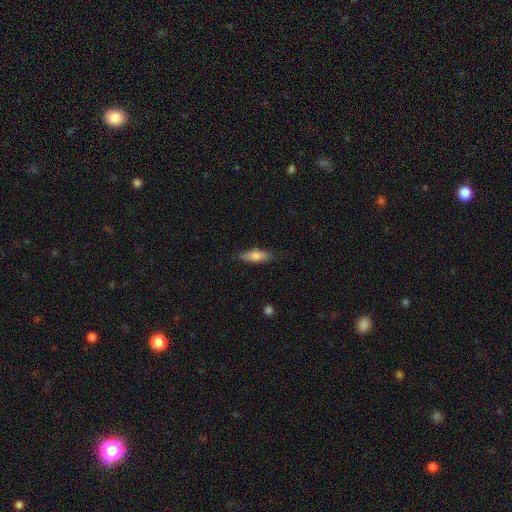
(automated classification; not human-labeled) A smooth galaxy with no disk features (75%) that is in between round and cigar-shaped (53%). Merging: none (81%).